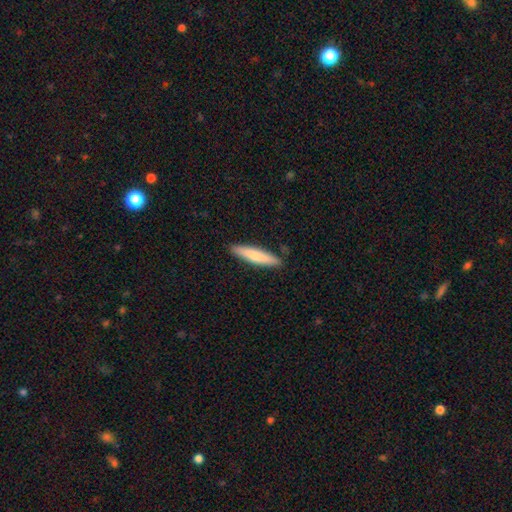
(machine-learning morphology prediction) type=smooth (75%); roundness=cigar-shaped (87%); merging=none (89%).